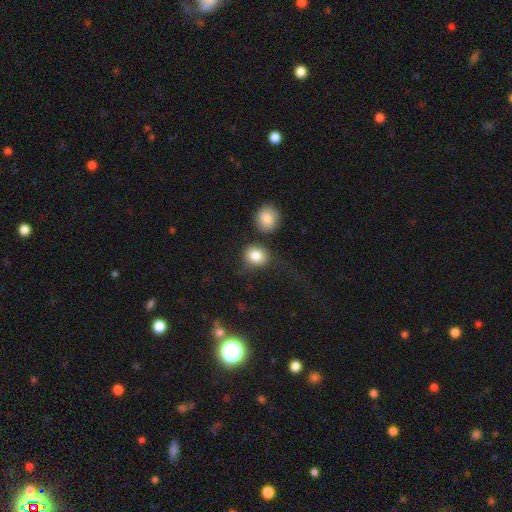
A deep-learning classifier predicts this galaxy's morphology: Smooth or featured? smooth (84%)
How rounded? round (74%)
Merging? none (64%)